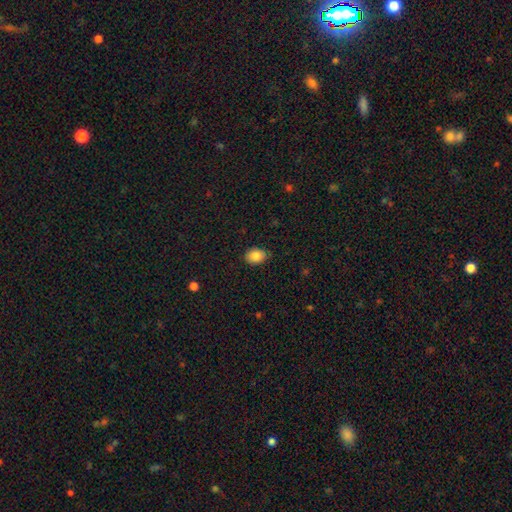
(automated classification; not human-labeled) Smooth or featured?
  - smooth: 86% *
  - star or artifact: 8%
  - featured or disk: 5%
How rounded?
  - in between: 69% *
  - round: 30%
  - cigar-shaped: 1%
Merging?
  - none: 81% *
  - minor disturbance: 16%
  - major disturbance: 3%
  - merger: 1%